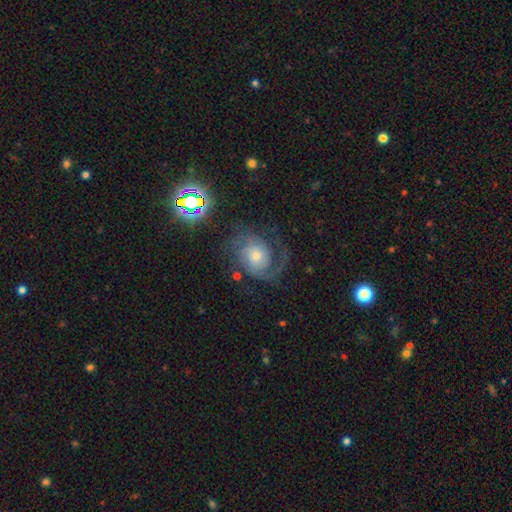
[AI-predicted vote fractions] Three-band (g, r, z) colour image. It shows a featured or disk galaxy (82%) with no bar (73%), 2 (57%) medium (44%) spiral arms (96%) and a moderate central bulge (49%). Merging: none (65%).